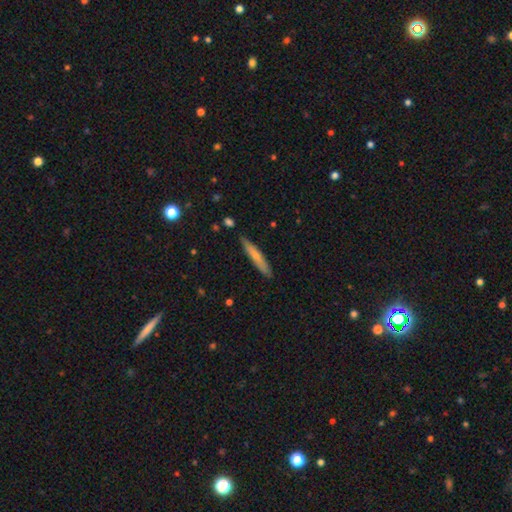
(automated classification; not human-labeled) smooth-or-featured: smooth: 61% | featured or disk: 33% | star or artifact: 6%
  how-rounded: cigar-shaped: 92% | in between: 7% | round: 1%
  merging: none: 83% | minor disturbance: 13% | major disturbance: 2% | merger: 2%